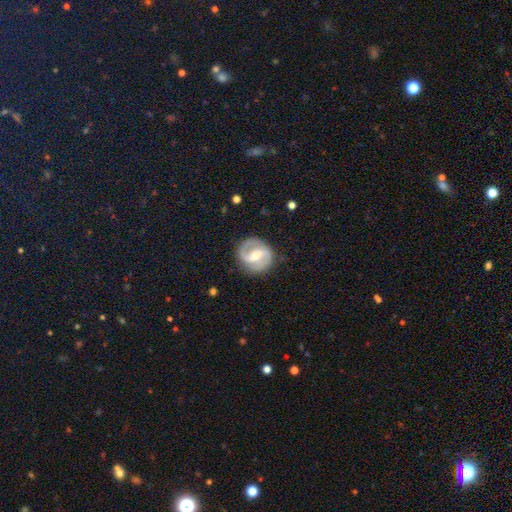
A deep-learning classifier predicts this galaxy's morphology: A featured or disk galaxy (84%) with a weak bar (43%), 2 (89%) medium (50%) spiral arms (93%) and a moderate central bulge (52%).

Vote fractions:
- Smooth or featured? featured or disk: 84% / smooth: 11% / star or artifact: 4%
- Edge-on disk? no: 97% / yes: 3%
- Bar? weak: 43% / strong: 39% / no: 18%
- Spiral arms? yes: 93% / no: 7%
- Spiral winding? medium: 50% / tight: 27% / loose: 23%
- Spiral arm count? 2: 89% / can't tell: 4% / 1: 4% / 3: 1% / 4: 1% / more than 4: 1%
- Bulge size? moderate: 52% / small: 44% / large: 2% / none: 1% / dominant: 1%
- Merging? none: 83% / minor disturbance: 11% / major disturbance: 4% / merger: 1%